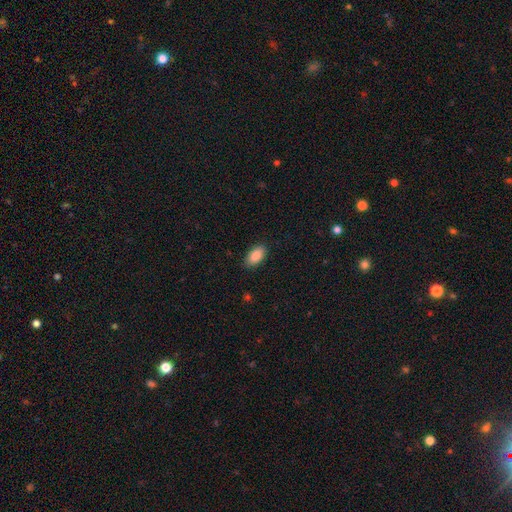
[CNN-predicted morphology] This is clearly a smooth galaxy (89%). How rounded: clearly in between (93%). Merging: clearly none (87%).